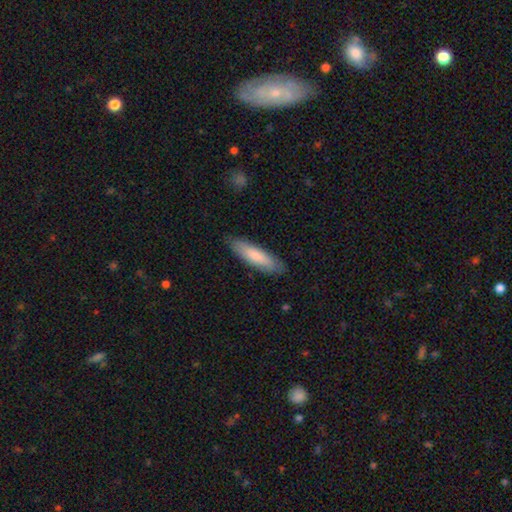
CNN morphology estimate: Q: Smooth or featured?
A: smooth (81%); runner-up: featured or disk (14%)
Q: How rounded?
A: cigar-shaped (68%); runner-up: in between (31%)
Q: Merging?
A: none (86%); runner-up: minor disturbance (11%)